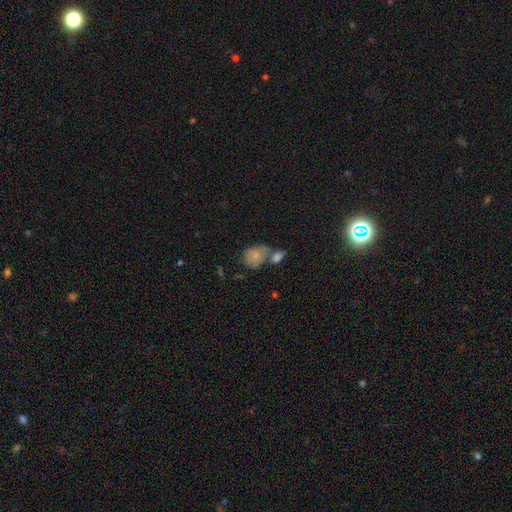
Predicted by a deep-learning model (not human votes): A smooth galaxy with no disk features (76%) that is in between round and cigar-shaped (59%). Merging: merger (45%).